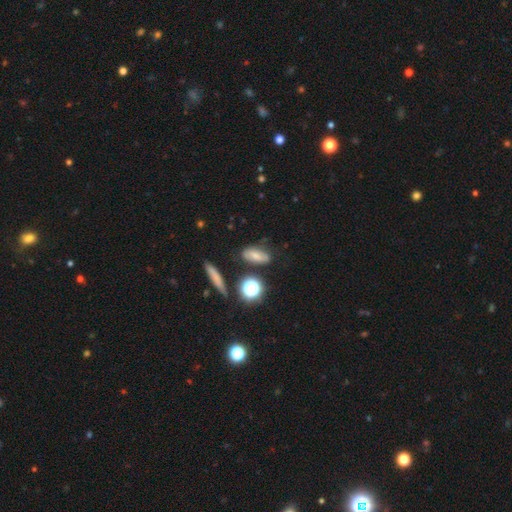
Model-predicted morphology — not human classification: Q: Smooth or featured?
A: smooth (62%); runner-up: featured or disk (22%)
Q: How rounded?
A: in between (74%); runner-up: cigar-shaped (13%)
Q: Merging?
A: none (73%); runner-up: minor disturbance (17%)